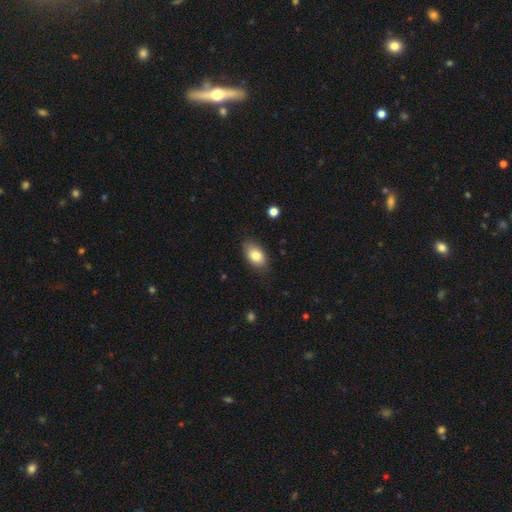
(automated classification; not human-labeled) smooth-or-featured: smooth: 81% | featured or disk: 12% | star or artifact: 7%
  how-rounded: in between: 92% | round: 6% | cigar-shaped: 2%
  merging: none: 82% | minor disturbance: 14% | major disturbance: 3% | merger: 1%